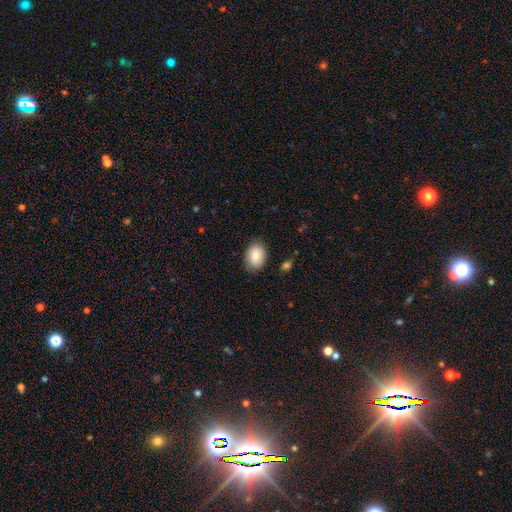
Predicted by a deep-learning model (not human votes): smooth-or-featured: smooth: 83% | featured or disk: 10% | star or artifact: 7%
  how-rounded: in between: 76% | round: 23% | cigar-shaped: 1%
  merging: none: 81% | minor disturbance: 14% | major disturbance: 3% | merger: 1%